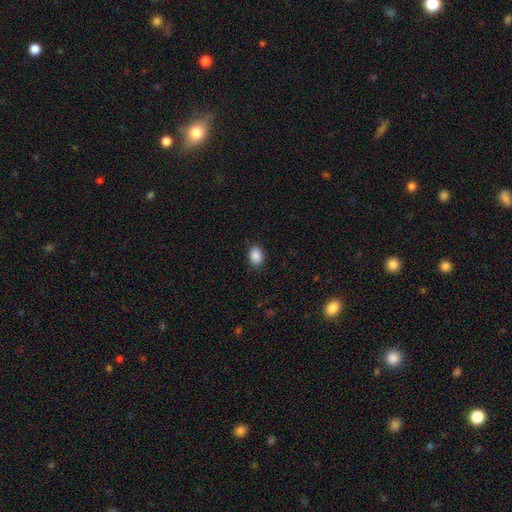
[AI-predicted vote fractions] The model was most divided on "how rounded": in between: 70%, round: 29%, cigar-shaped: 1%. More confident: smooth or featured — smooth (89%); merging — none (88%).